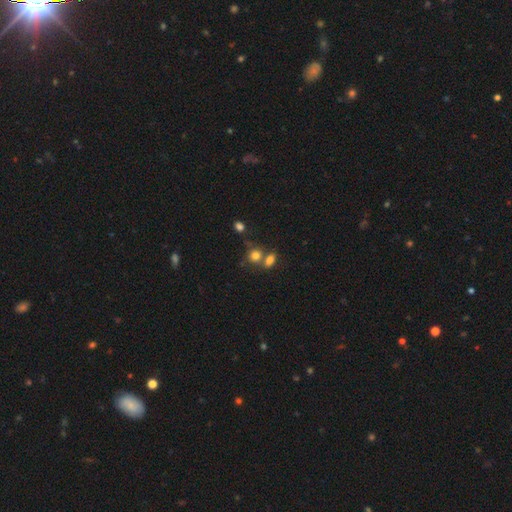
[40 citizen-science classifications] Volunteers were most divided on "merging": merger: 57%, none: 40%, minor disturbance: 3%, major disturbance: 0%. More confident: how rounded — round (79%); smooth or featured — smooth (72%).